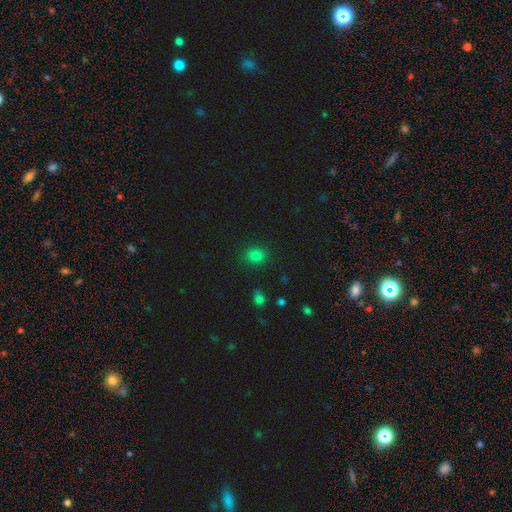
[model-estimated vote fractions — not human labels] Smooth or featured? Predicted: smooth (p=0.81). How rounded? Predicted: round (p=0.59). Merging? Predicted: none (p=0.86).